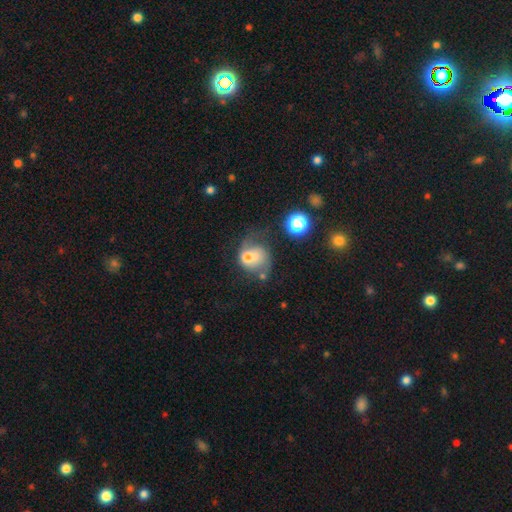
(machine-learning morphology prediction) smooth-or-featured: smooth: 53% | featured or disk: 35% | star or artifact: 12%
  how-rounded: round: 67% | in between: 33% | cigar-shaped: 1%
  merging: major disturbance: 30% | none: 29% | minor disturbance: 24% | merger: 17%